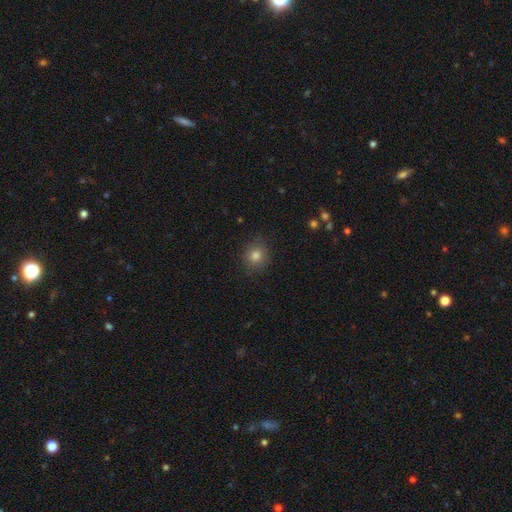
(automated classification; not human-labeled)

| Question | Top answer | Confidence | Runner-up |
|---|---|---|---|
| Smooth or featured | smooth | 81% | star or artifact (13%) |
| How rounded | round | 85% | in between (14%) |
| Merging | none | 86% | minor disturbance (10%) |